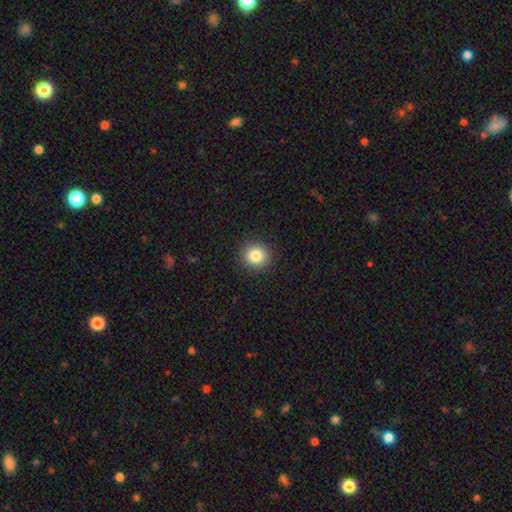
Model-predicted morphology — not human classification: Overall: smooth (84%). How rounded: round (90%). Merging: none (92%).